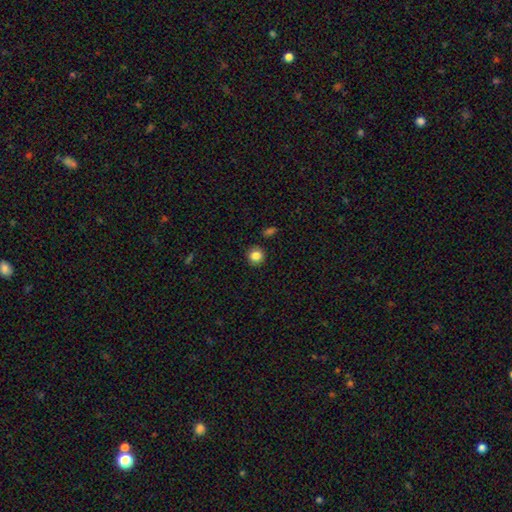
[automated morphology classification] smooth_or_featured: smooth (p=0.84) [alt: star or artifact p=0.10]
how_rounded: round (p=0.93) [alt: in between p=0.06]
merging: none (p=0.91) [alt: minor disturbance p=0.06]